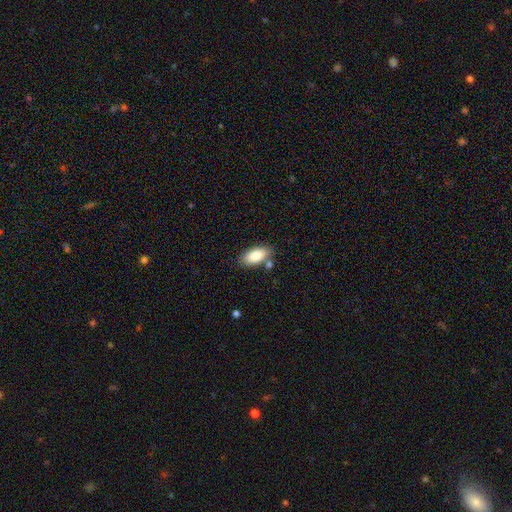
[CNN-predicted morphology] The model was most divided on "merging": none: 76%, minor disturbance: 13%, merger: 8%, major disturbance: 3%. More confident: how rounded — in between (92%); smooth or featured — smooth (83%).